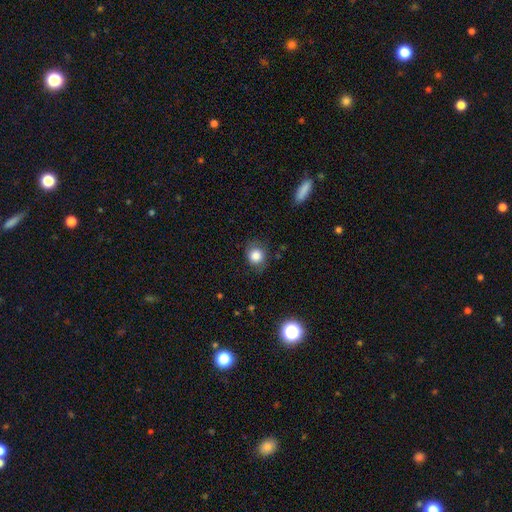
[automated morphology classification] Q: Smooth or featured?
A: smooth (81%); runner-up: featured or disk (10%)
Q: How rounded?
A: round (74%); runner-up: in between (25%)
Q: Merging?
A: none (76%); runner-up: minor disturbance (17%)